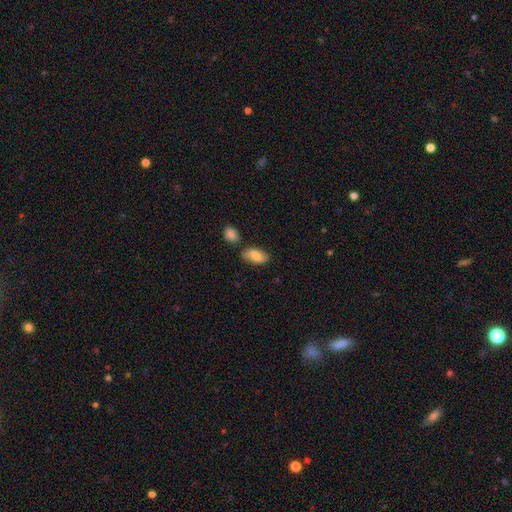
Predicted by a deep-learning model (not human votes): Smooth or featured: smooth — 72% (featured or disk — 21%)
How rounded: in between — 92% (round — 5%)
Merging: none — 63% (minor disturbance — 21%)